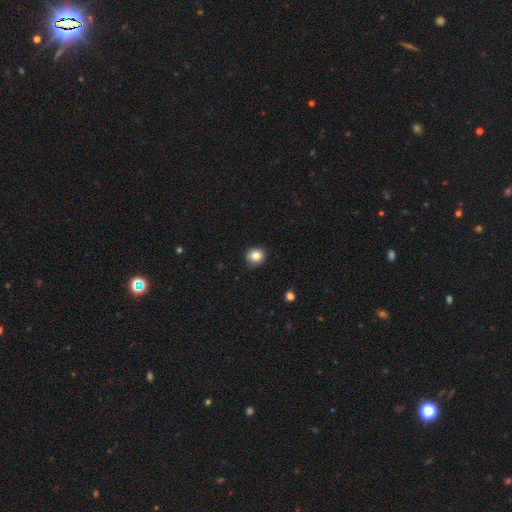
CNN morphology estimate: smooth_or_featured: smooth (p=0.84) [alt: star or artifact p=0.10]
how_rounded: round (p=0.84) [alt: in between p=0.15]
merging: none (p=0.90) [alt: minor disturbance p=0.07]